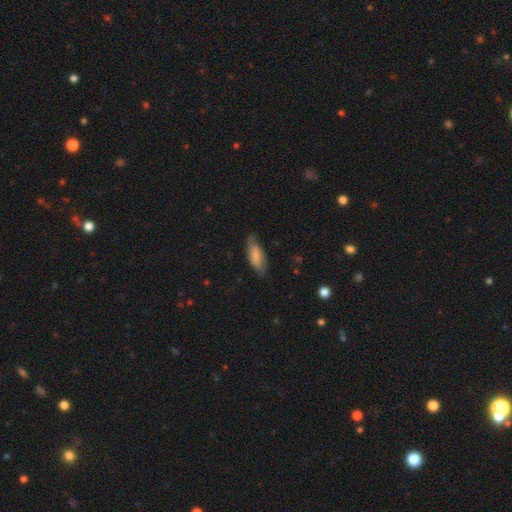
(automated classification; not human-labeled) A smooth galaxy with no disk features (67%) that is in between round and cigar-shaped (77%). Merging: none (65%).